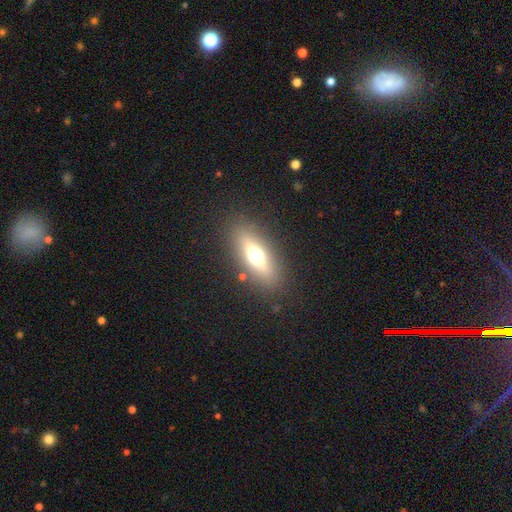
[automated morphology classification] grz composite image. It shows a smooth galaxy with no disk features (49%). Merging: none (85%).